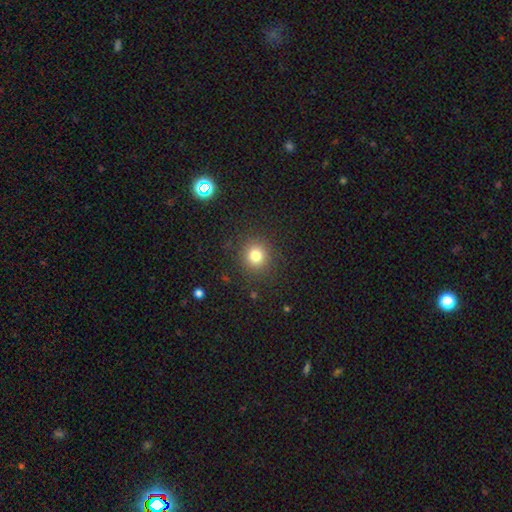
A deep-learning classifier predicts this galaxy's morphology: smooth_or_featured: smooth (p=0.80) [alt: star or artifact p=0.14]
how_rounded: round (p=0.91) [alt: in between p=0.08]
merging: none (p=0.89) [alt: minor disturbance p=0.07]